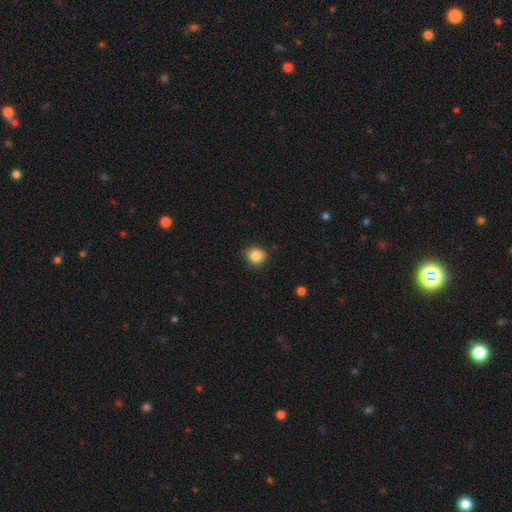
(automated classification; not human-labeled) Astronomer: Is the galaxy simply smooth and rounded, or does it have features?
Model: smooth — 86%.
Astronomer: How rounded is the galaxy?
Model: round — 82%.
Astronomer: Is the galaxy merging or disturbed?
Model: none — 86%.